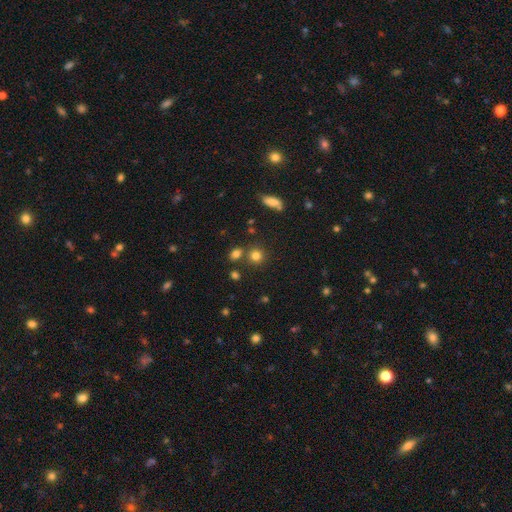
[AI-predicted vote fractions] Smooth or featured? Predicted: smooth (p=0.78). How rounded? Predicted: round (p=0.86). Merging? Predicted: none (p=0.73).